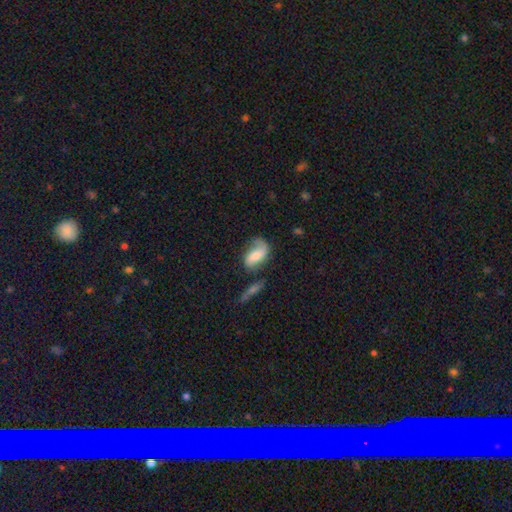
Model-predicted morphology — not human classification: Smooth or featured?
  - featured or disk: 50% *
  - smooth: 43%
  - star or artifact: 8%
Merging?
  - none: 49% *
  - minor disturbance: 25%
  - major disturbance: 17%
  - merger: 9%